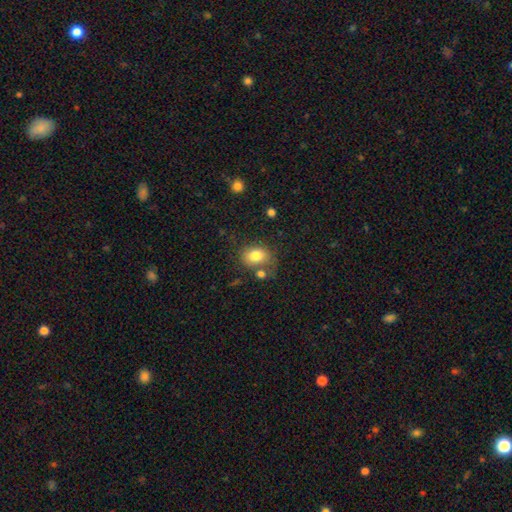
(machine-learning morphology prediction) type=smooth (79%); roundness=in between (60%); merging=none (57%).